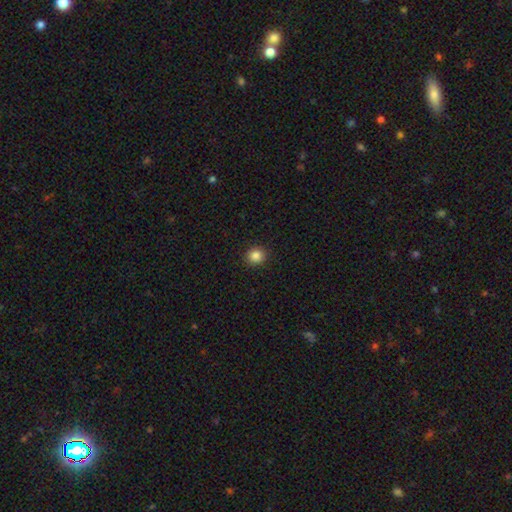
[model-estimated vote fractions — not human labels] A smooth galaxy with no disk features (85%) that is round (86%). Merging: none (92%).